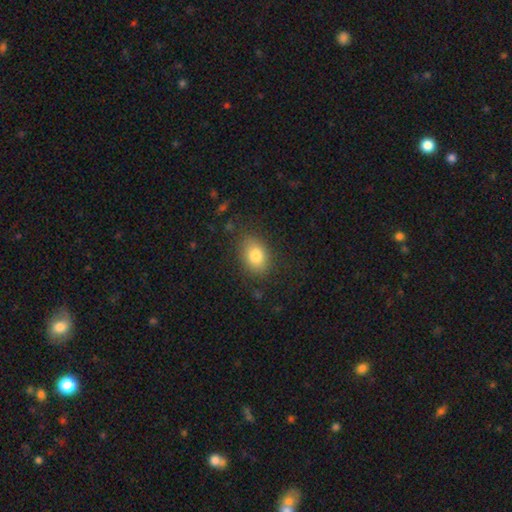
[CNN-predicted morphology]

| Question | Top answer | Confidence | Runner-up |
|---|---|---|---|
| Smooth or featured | smooth | 80% | featured or disk (10%) |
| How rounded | in between | 75% | round (23%) |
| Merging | none | 83% | minor disturbance (12%) |